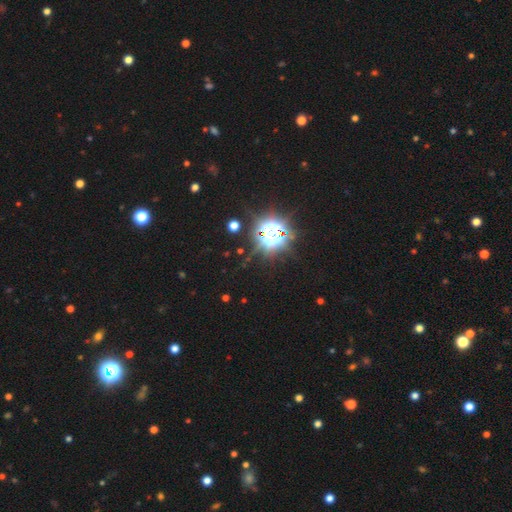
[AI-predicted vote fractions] A star or artifact, not a galaxy (85%).

Vote fractions:
- Smooth or featured? star or artifact: 85% / smooth: 10% / featured or disk: 6%